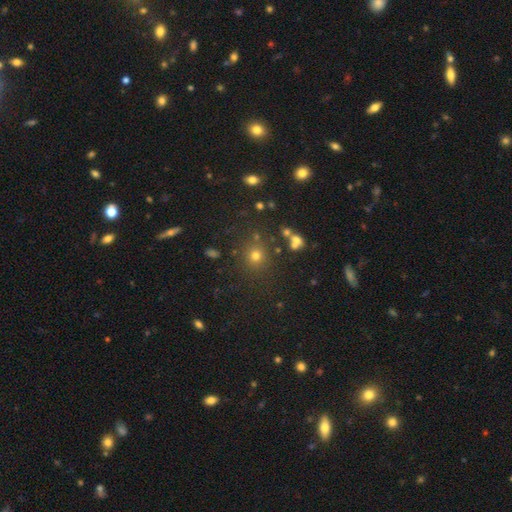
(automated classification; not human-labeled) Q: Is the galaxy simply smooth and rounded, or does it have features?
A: smooth — 67%.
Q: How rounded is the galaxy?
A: round — 88%.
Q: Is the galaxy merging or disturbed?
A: none — 81%.